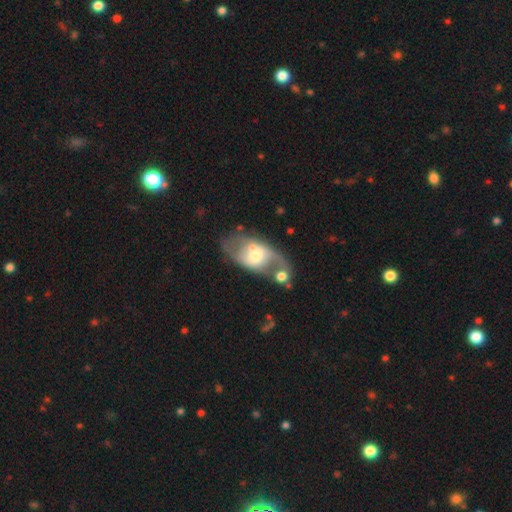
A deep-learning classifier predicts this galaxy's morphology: Smooth or featured: featured or disk — 67% (smooth — 27%)
Edge-on disk: no — 92% (yes — 8%)
Bar: no — 49% (weak — 37%)
Spiral arms: yes — 66% (no — 34%)
Bulge size: moderate — 59% (small — 22%)
Merging: none — 43% (merger — 24%)